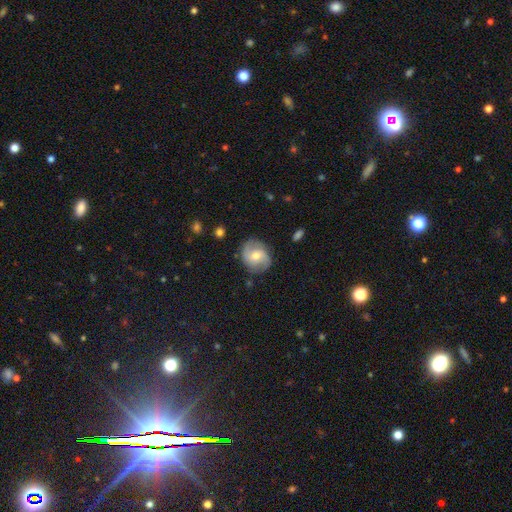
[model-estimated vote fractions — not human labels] smooth_or_featured: featured or disk (p=0.68) [alt: smooth p=0.26]
disk_edge_on: no (p=0.97) [alt: yes p=0.03]
bar: no (p=0.52) [alt: weak p=0.38]
has_spiral_arms: yes (p=0.89) [alt: no p=0.11]
spiral_winding: medium (p=0.46) [alt: loose p=0.28]
spiral_arm_count: 2 (p=0.86) [alt: can't tell p=0.07]
bulge_size: moderate (p=0.58) [alt: small p=0.37]
merging: none (p=0.79) [alt: minor disturbance p=0.15]